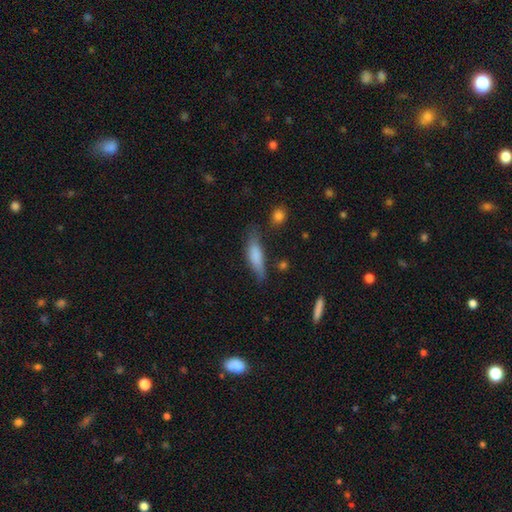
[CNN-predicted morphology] This appears to be a smooth galaxy with no disk features (76%) that is cigar-shaped (55%). Merging: none (56%).